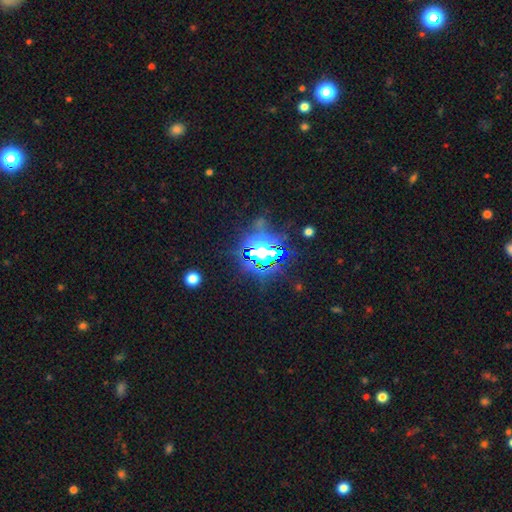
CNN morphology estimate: star or artifact 85%, smooth 9%, featured or disk 6%.